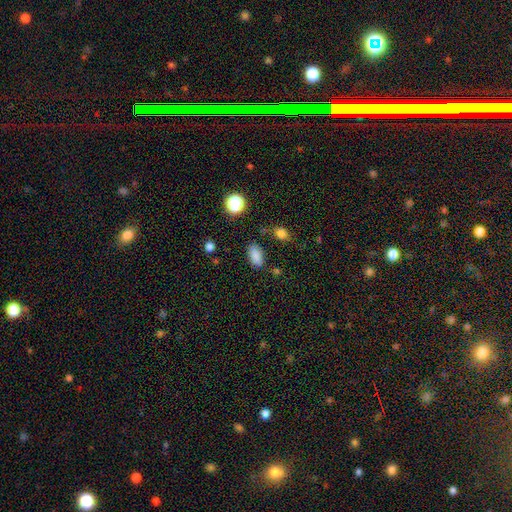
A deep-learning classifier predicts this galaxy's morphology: Smooth or featured?
  - smooth: 84% *
  - star or artifact: 11%
  - featured or disk: 5%
How rounded?
  - in between: 89% *
  - round: 6%
  - cigar-shaped: 5%
Merging?
  - none: 80% *
  - minor disturbance: 13%
  - major disturbance: 3%
  - merger: 3%